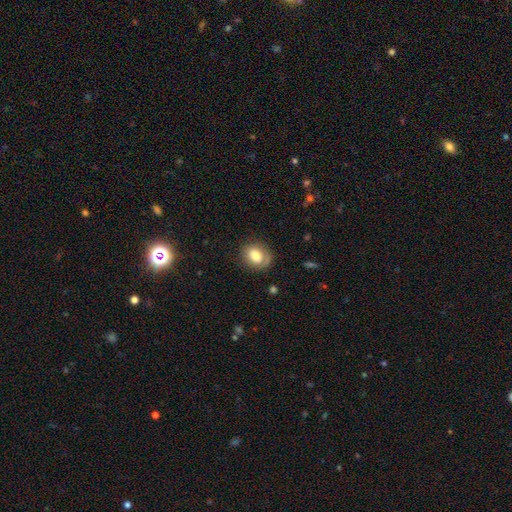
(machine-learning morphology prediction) smooth-or-featured: smooth: 66% | featured or disk: 26% | star or artifact: 8%
  how-rounded: in between: 52% | round: 47% | cigar-shaped: 1%
  merging: none: 74% | minor disturbance: 17% | major disturbance: 7% | merger: 1%